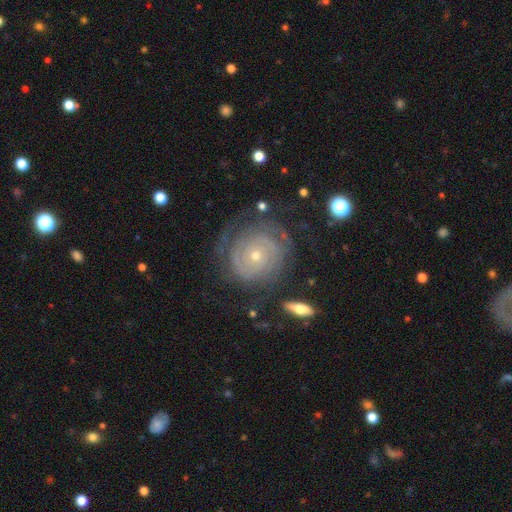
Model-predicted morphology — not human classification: Smooth or featured? featured or disk (84%)
Edge-on disk? no (97%)
Bar? no (82%)
Spiral arms? yes (93%)
Spiral winding? tight (81%)
Spiral arm count? can't tell (35%)
Bulge size? small (72%)
Merging? none (69%)